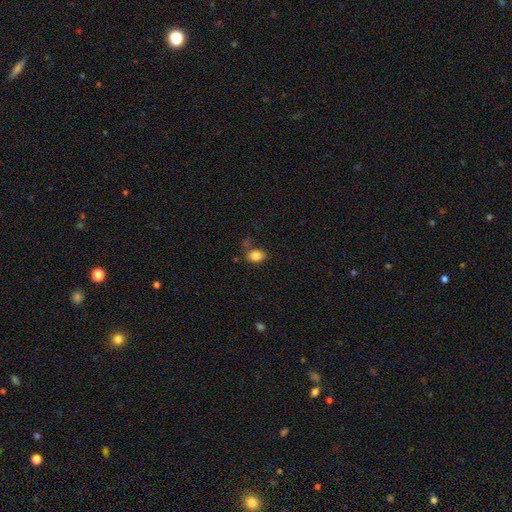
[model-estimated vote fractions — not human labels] A smooth galaxy with no disk features (83%) that is in between round and cigar-shaped (62%). Merging: none (69%).